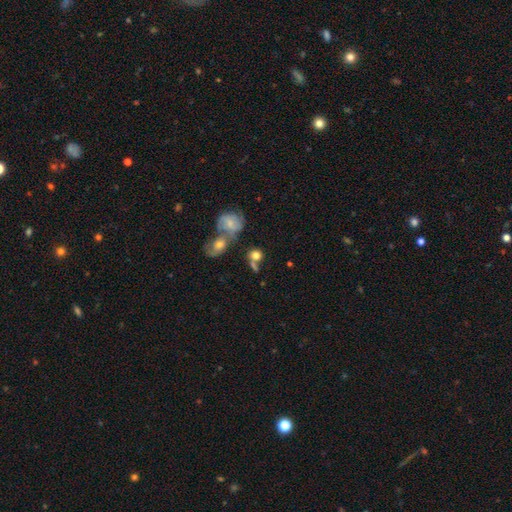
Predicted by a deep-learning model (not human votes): Q: Smooth or featured?
A: smooth (67%); runner-up: featured or disk (21%)
Q: How rounded?
A: round (72%); runner-up: in between (26%)
Q: Merging?
A: merger (39%); runner-up: none (38%)